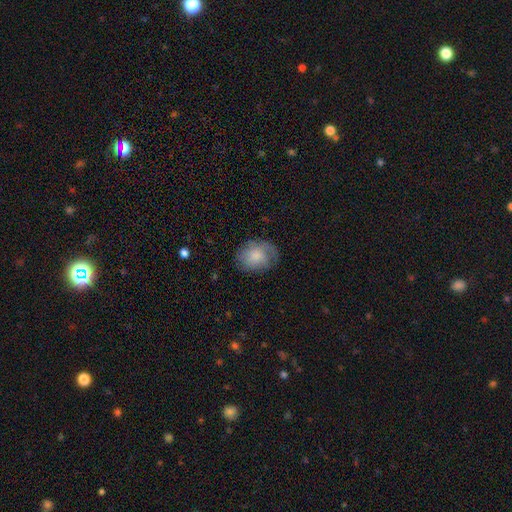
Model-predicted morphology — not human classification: Q: Smooth or featured?
A: smooth (65%); runner-up: featured or disk (27%)
Q: How rounded?
A: in between (58%); runner-up: round (41%)
Q: Merging?
A: none (67%); runner-up: minor disturbance (23%)